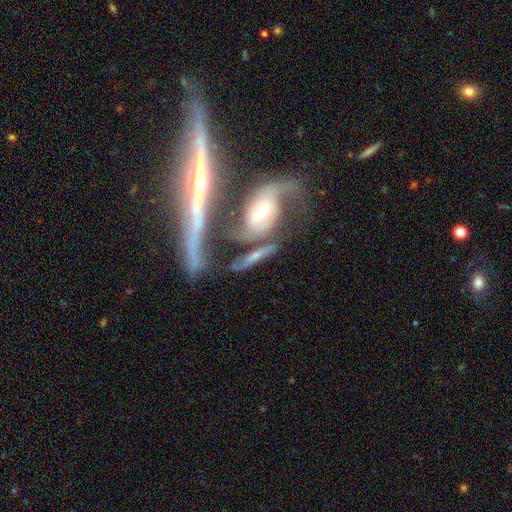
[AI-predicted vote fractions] Overall: featured or disk (56%; smooth 35%). Edge-on disk: no (59%; yes 41%). Merging: none (36%; merger 33%).